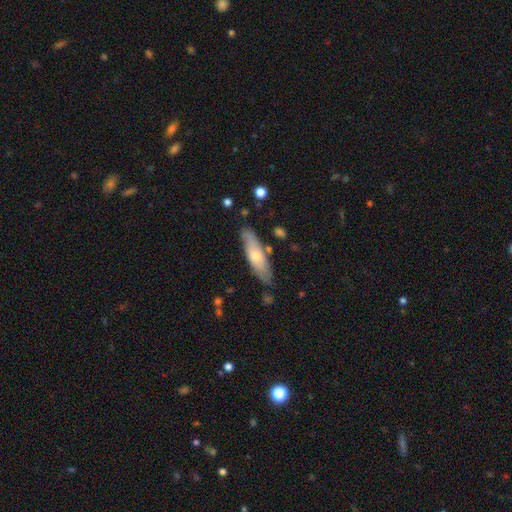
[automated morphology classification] This is possibly a smooth galaxy (56%). How rounded: possibly cigar-shaped (59%). Merging: likely none (79%).